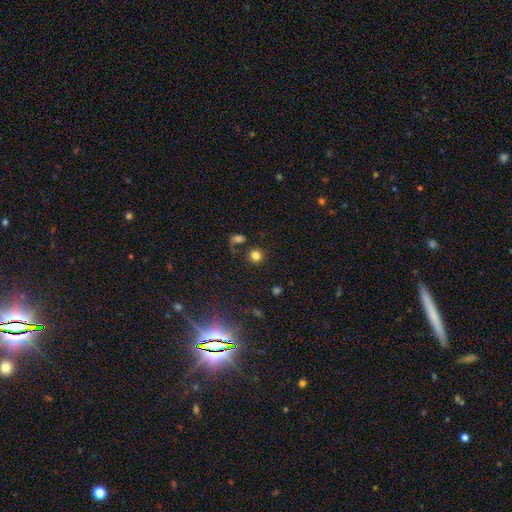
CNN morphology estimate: Smooth or featured? smooth (80%)
How rounded? round (91%)
Merging? none (78%)